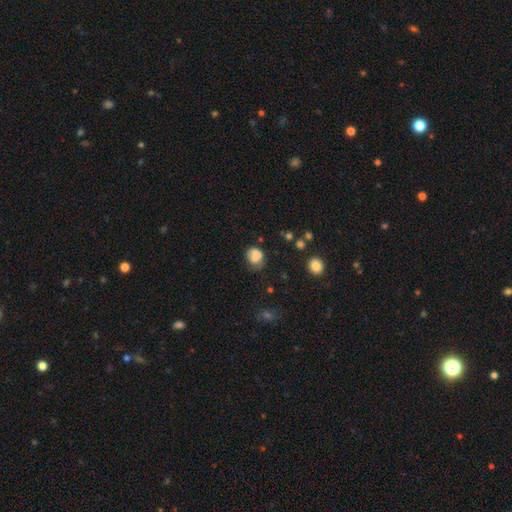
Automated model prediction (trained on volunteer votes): Smooth or featured: smooth — 69% (featured or disk — 20%)
How rounded: round — 56% (in between — 43%)
Merging: none — 38% (merger — 30%)